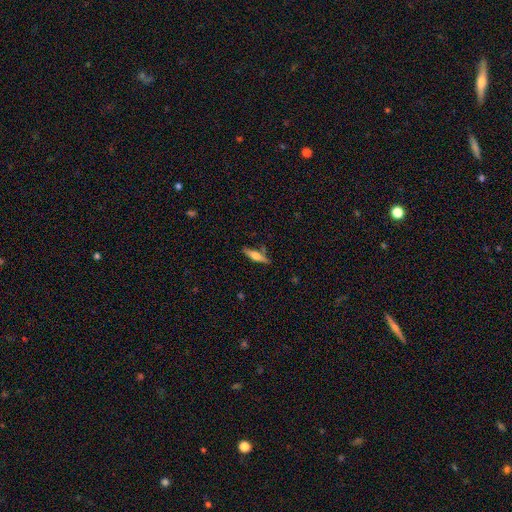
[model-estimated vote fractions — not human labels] Overall: featured or disk (53%; smooth 41%). Edge-on disk: yes (94%). Merging: none (79%).